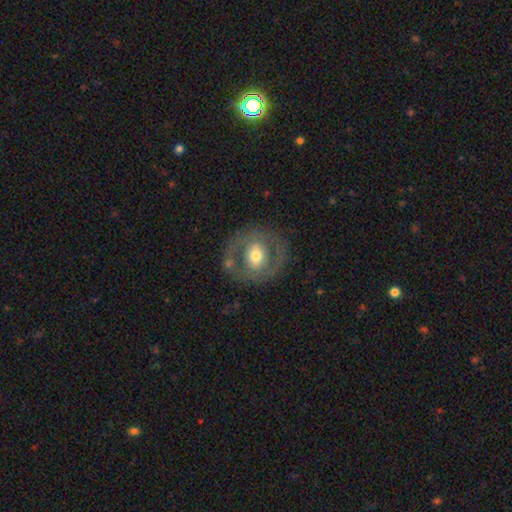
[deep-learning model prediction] Smooth or featured? featured or disk (56%)
Edge-on disk? no (95%)
Bar? no (50%)
Spiral arms? no (69%)
Bulge size? moderate (66%)
Merging? none (74%)